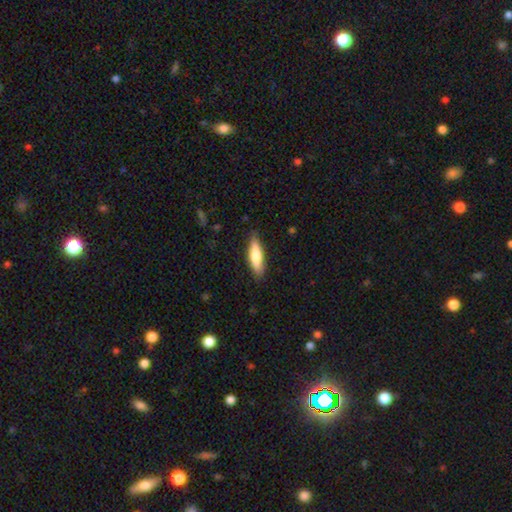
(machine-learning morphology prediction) Smooth or featured? smooth (76%)
How rounded? cigar-shaped (59%)
Merging? none (84%)